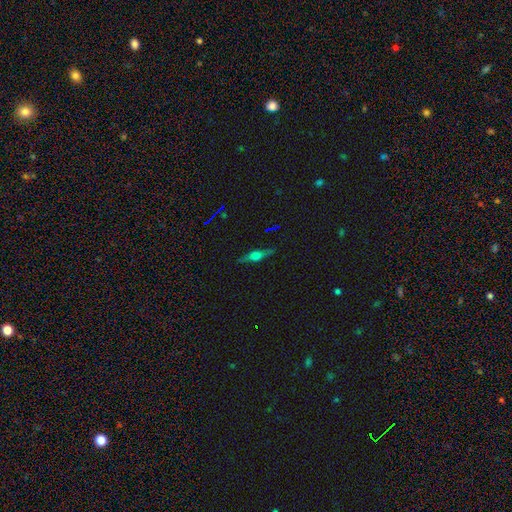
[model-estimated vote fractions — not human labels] Overall: featured or disk (67%). Edge-on disk: yes (95%). Edge-on bulge: rounded (90%). Merging: none (87%).